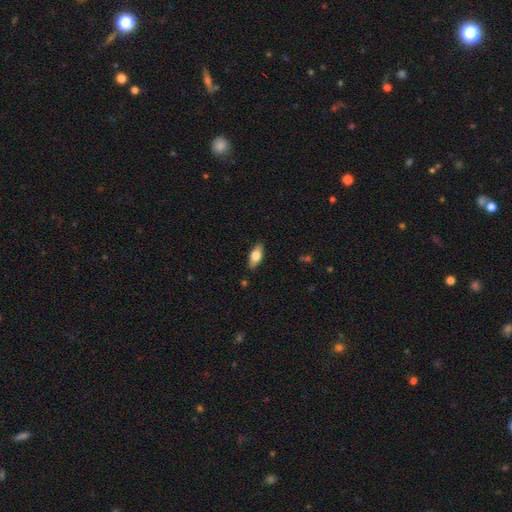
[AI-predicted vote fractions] This appears to be a smooth galaxy with no disk features (70%) that is in between round and cigar-shaped (82%). Merging: none (86%).